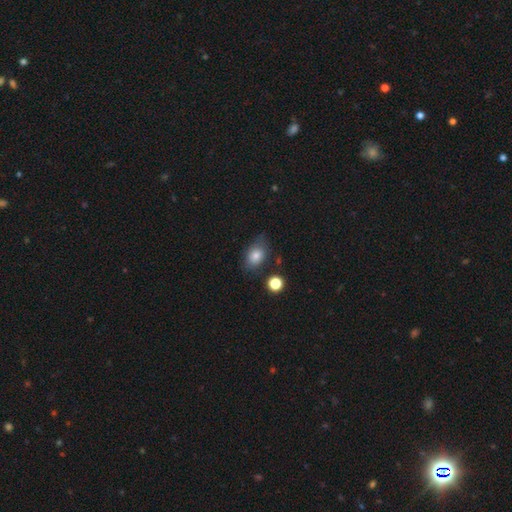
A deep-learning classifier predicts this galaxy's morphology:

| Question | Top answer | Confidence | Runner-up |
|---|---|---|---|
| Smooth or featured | smooth | 80% | featured or disk (11%) |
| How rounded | in between | 77% | round (21%) |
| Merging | none | 66% | minor disturbance (24%) |